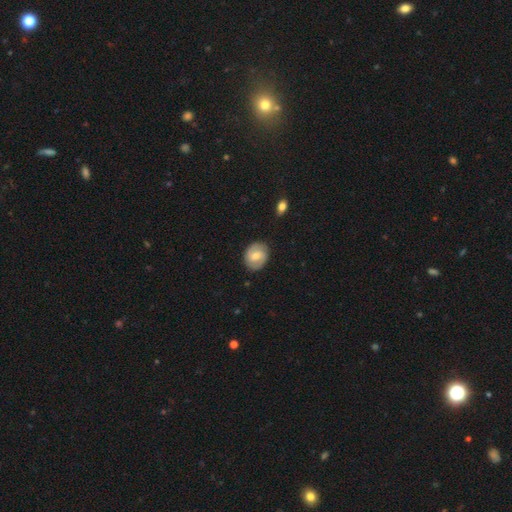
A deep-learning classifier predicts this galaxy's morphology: Smooth or featured?
  - featured or disk: 59% *
  - smooth: 35%
  - star or artifact: 6%
Edge-on disk?
  - no: 97% *
  - yes: 3%
Bar?
  - weak: 54% *
  - no: 30%
  - strong: 16%
Spiral arms?
  - yes: 86% *
  - no: 14%
Bulge size?
  - moderate: 60% *
  - small: 31%
  - large: 5%
  - none: 3%
  - dominant: 1%
Merging?
  - none: 84% *
  - minor disturbance: 12%
  - major disturbance: 3%
  - merger: 1%